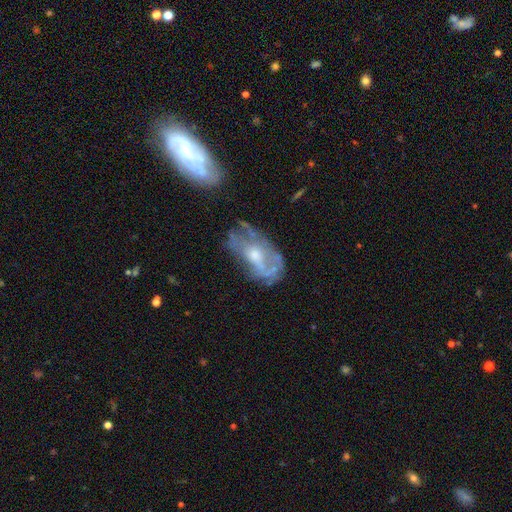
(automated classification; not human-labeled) The model was most divided on "spiral arms": no: 58%, yes: 42%. Remaining: edge-on disk — no (92%); bar — no (75%); smooth or featured — featured or disk (65%); bulge size — moderate (55%); merging — none (44%).